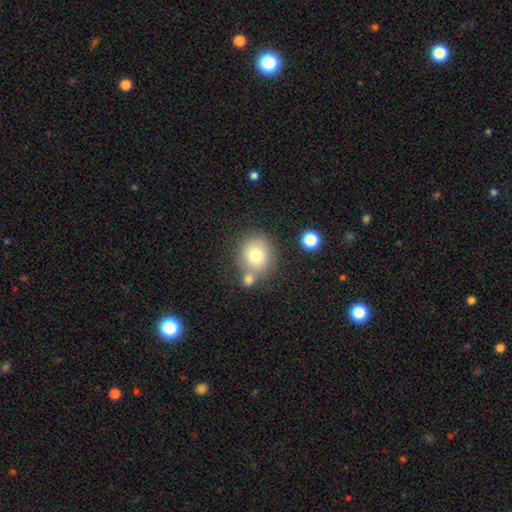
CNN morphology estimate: Smooth or featured: smooth — 77% (featured or disk — 13%)
How rounded: round — 85% (in between — 14%)
Merging: none — 61% (merger — 22%)